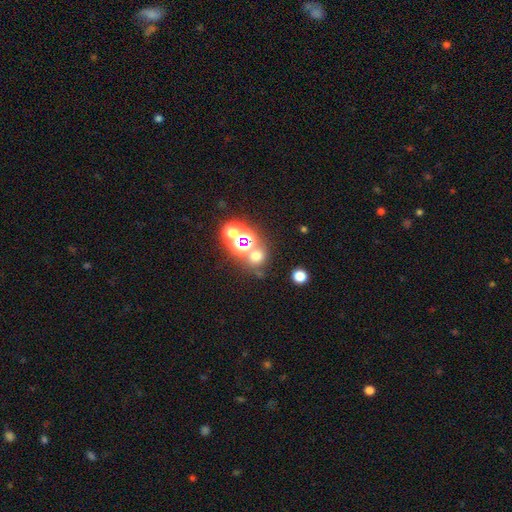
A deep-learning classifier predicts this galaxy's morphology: Smooth or featured: smooth — 54% (star or artifact — 35%)
How rounded: round — 81% (in between — 18%)
Merging: none — 63% (merger — 23%)